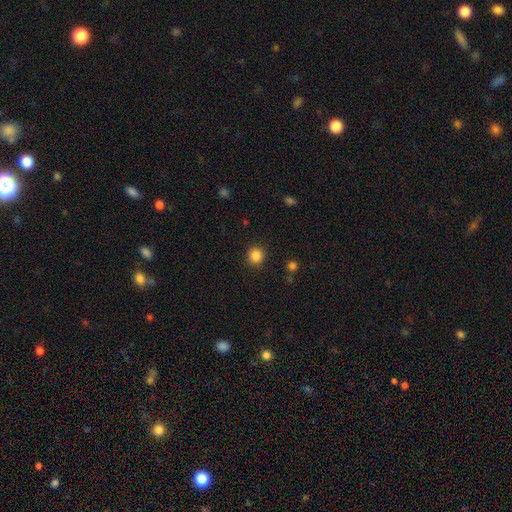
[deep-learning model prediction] This is clearly a smooth galaxy (85%). How rounded: clearly round (93%). Merging: clearly none (91%).